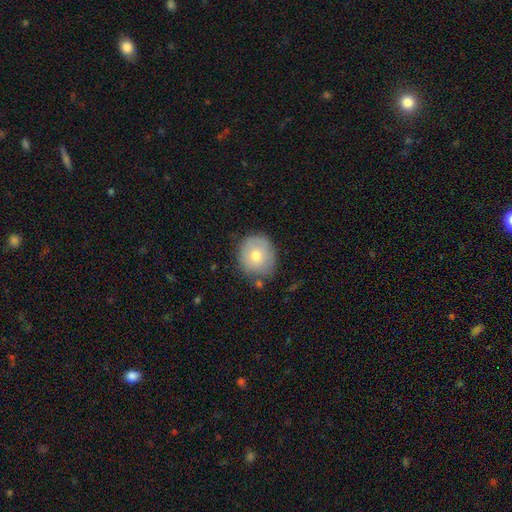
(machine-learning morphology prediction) type=smooth (71%); roundness=round (85%); merging=none (73%).